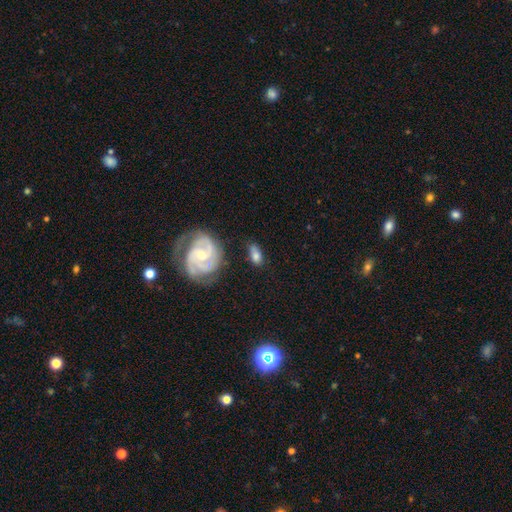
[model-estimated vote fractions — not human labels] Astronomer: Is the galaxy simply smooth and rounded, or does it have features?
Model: smooth — 52% (runner-up: featured or disk, 40%).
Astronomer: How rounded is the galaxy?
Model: in between — 83%.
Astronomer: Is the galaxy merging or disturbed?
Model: none — 59%.